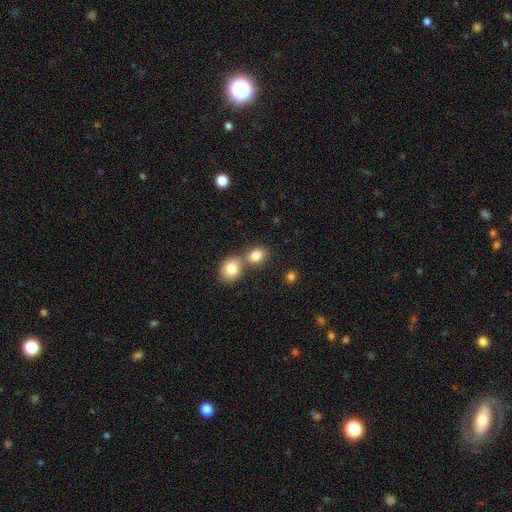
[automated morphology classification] type=smooth (81%); roundness=round (58%); merging=merger (49%).